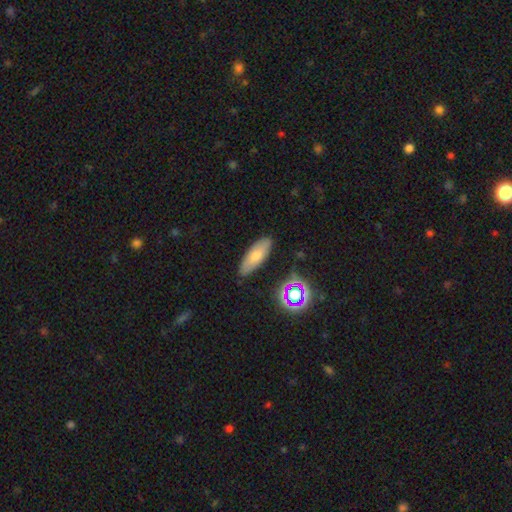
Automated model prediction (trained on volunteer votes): Smooth or featured? Predicted: smooth (p=0.67). How rounded? Predicted: in between (p=0.65). Merging? Predicted: none (p=0.84).